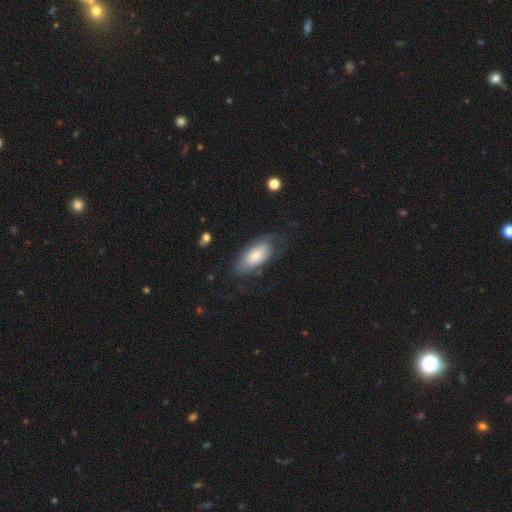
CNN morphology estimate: type=smooth (68%); roundness=in between (88%); merging=none (62%).